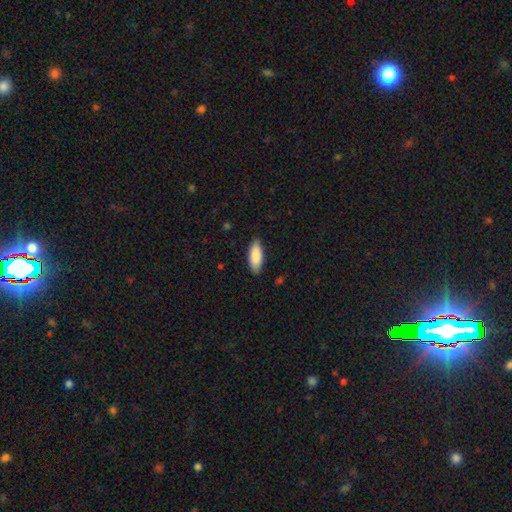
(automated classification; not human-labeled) Smooth or featured: smooth — 86% (featured or disk — 8%)
How rounded: in between — 77% (cigar-shaped — 22%)
Merging: none — 86% (minor disturbance — 11%)